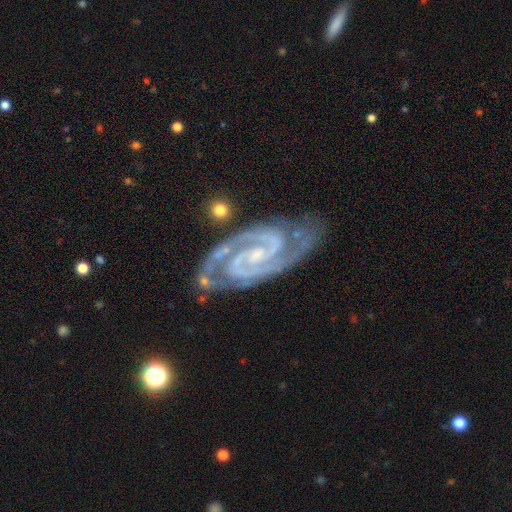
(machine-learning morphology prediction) Smooth or featured?
  - featured or disk: 94% *
  - star or artifact: 4%
  - smooth: 2%
Edge-on disk?
  - no: 98% *
  - yes: 2%
Bar?
  - weak: 39% *
  - no: 33%
  - strong: 27%
Spiral arms?
  - yes: 99% *
  - no: 1%
Spiral winding?
  - tight: 62% *
  - medium: 35%
  - loose: 3%
Spiral arm count?
  - 2: 91% *
  - 3: 4%
  - can't tell: 2%
  - 4: 1%
  - 1: 1%
  - more than 4: 1%
Bulge size?
  - small: 73% *
  - moderate: 15%
  - none: 10%
  - large: 1%
  - dominant: 1%
Merging?
  - none: 77% *
  - minor disturbance: 16%
  - major disturbance: 4%
  - merger: 3%